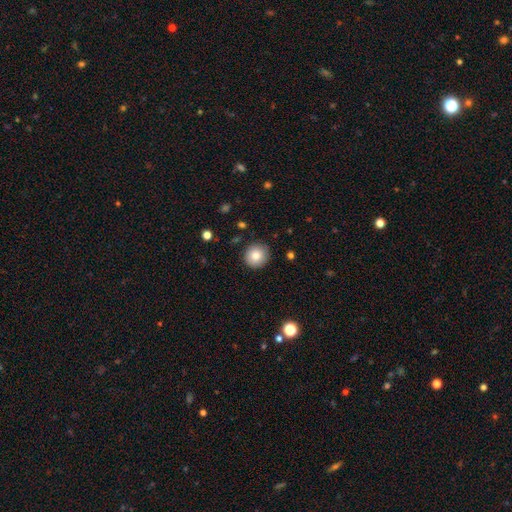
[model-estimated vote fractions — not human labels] Overall: smooth (83%). How rounded: round (92%). Merging: none (89%).